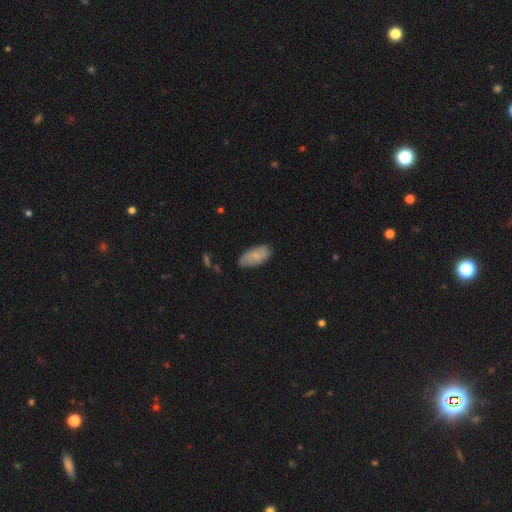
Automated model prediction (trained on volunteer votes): Smooth or featured? Predicted: smooth (p=0.72). How rounded? Predicted: in between (p=0.90). Merging? Predicted: none (p=0.77).